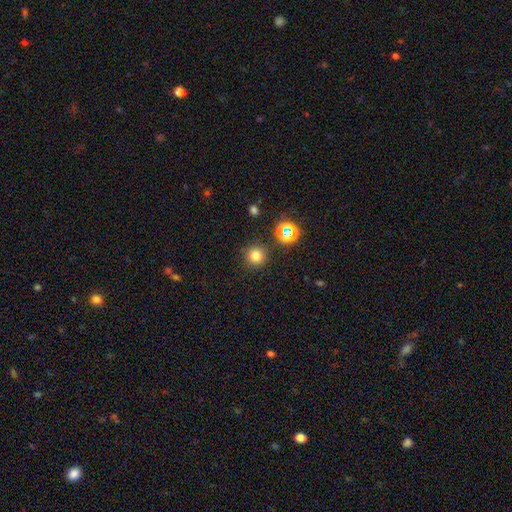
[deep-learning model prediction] This appears to be a smooth galaxy with no disk features (75%) that is round (94%). Merging: none (88%).